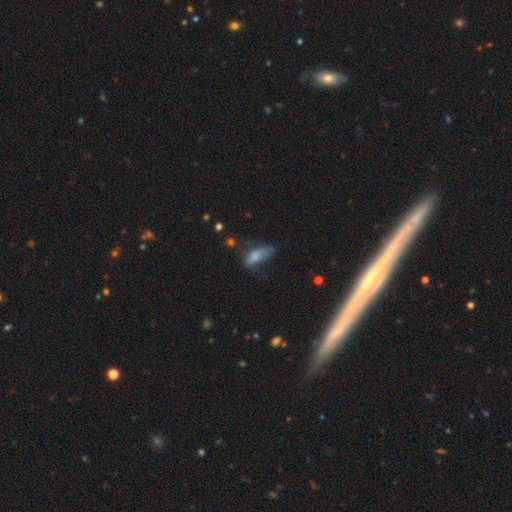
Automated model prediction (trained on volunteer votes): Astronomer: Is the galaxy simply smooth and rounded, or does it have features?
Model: smooth — 75%.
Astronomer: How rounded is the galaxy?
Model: in between — 83%.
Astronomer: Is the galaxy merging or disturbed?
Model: none — 35%, tied with minor disturbance at 35%.